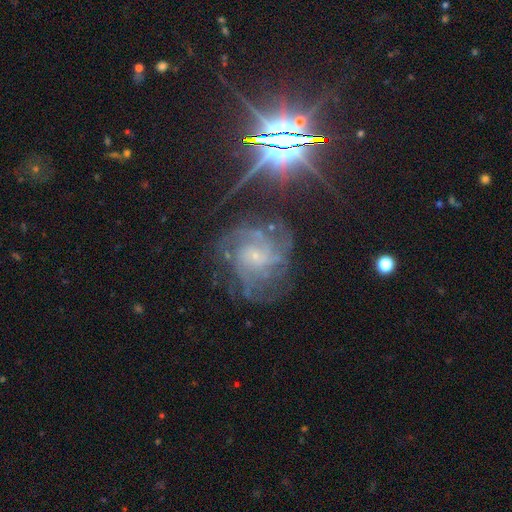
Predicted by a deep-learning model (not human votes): This is likely a featured or disk galaxy (76%). It is clearly not viewed edge-on (97%). Bar: likely no (71%). Spiral arm pattern: clearly yes (95%). Spiral arm count: marginally can't tell (28%). Spiral winding: possibly tight (51%). Central bulge: likely small (76%). Merging: likely none (67%).